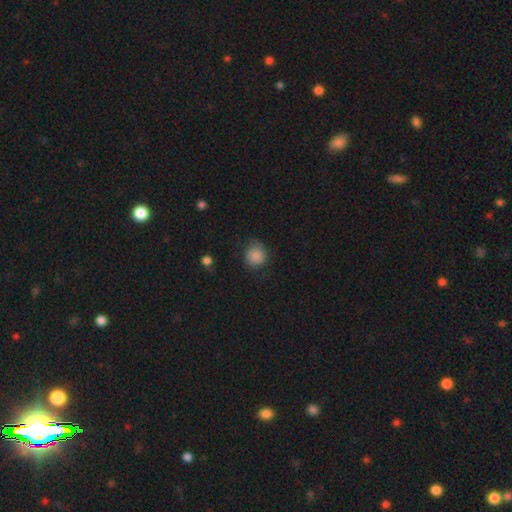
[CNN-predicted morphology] This is clearly a smooth galaxy (86%). How rounded: clearly round (86%). Merging: likely none (75%).